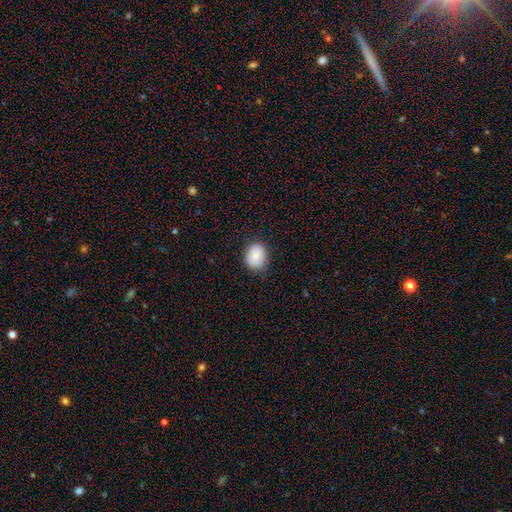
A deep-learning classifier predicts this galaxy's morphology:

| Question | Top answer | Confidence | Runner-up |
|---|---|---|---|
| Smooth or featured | smooth | 87% | star or artifact (8%) |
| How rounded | in between | 55% | round (44%) |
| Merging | none | 76% | minor disturbance (20%) |